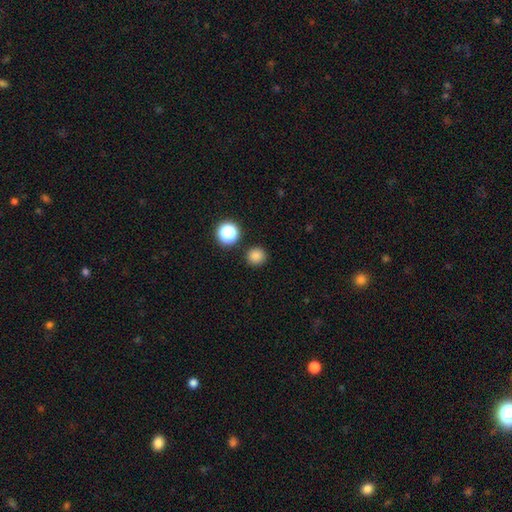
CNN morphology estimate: A smooth galaxy with no disk features (82%) that is round (94%). Merging: none (90%).